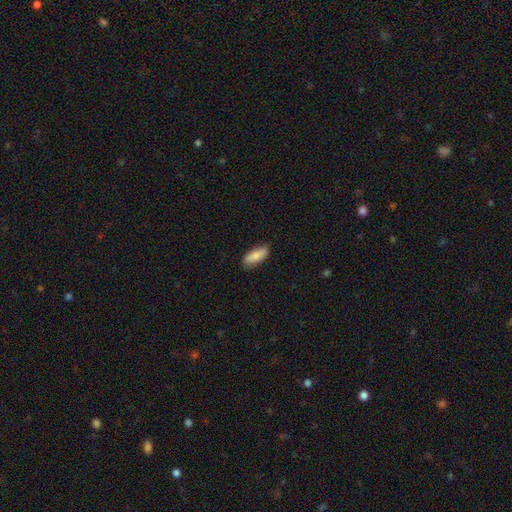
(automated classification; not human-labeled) Smooth or featured?
  - smooth: 83% *
  - featured or disk: 11%
  - star or artifact: 6%
How rounded?
  - in between: 76% *
  - cigar-shaped: 21%
  - round: 2%
Merging?
  - none: 83% *
  - minor disturbance: 13%
  - major disturbance: 2%
  - merger: 1%